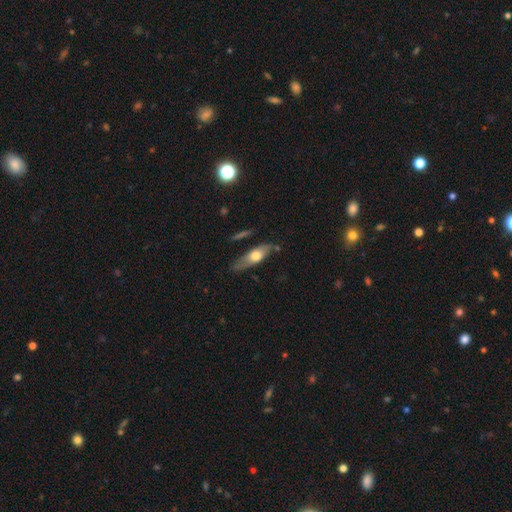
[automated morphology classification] The model was most divided on "how rounded": in between: 50%, cigar-shaped: 47%, round: 3%. More confident: merging — none (69%); smooth or featured — smooth (52%).